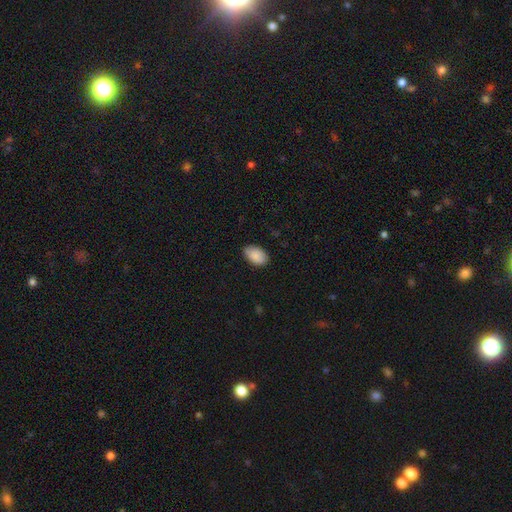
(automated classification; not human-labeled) Q: Smooth or featured?
A: smooth (88%); runner-up: star or artifact (6%)
Q: How rounded?
A: in between (93%); runner-up: round (6%)
Q: Merging?
A: none (82%); runner-up: minor disturbance (15%)